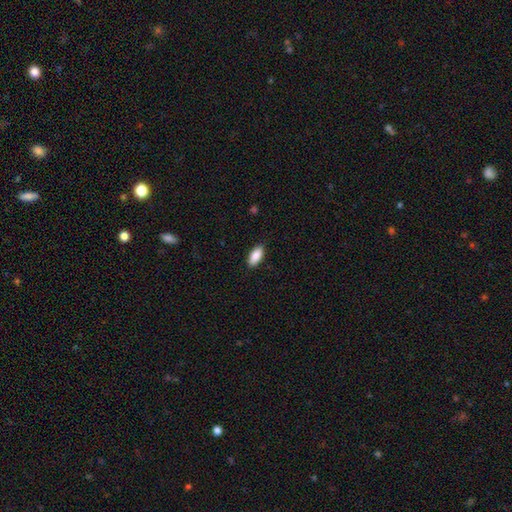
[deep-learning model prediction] smooth-or-featured: smooth: 88% | star or artifact: 6% | featured or disk: 6%
  how-rounded: in between: 88% | cigar-shaped: 10% | round: 2%
  merging: none: 87% | minor disturbance: 10% | major disturbance: 2% | merger: 1%